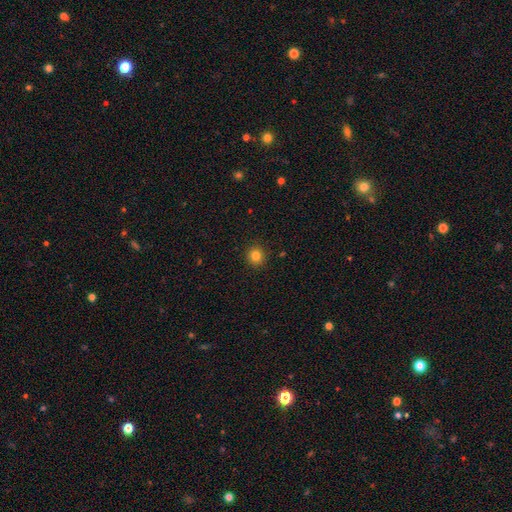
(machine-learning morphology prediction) smooth_or_featured: smooth (p=0.83) [alt: star or artifact p=0.12]
how_rounded: round (p=0.91) [alt: in between p=0.08]
merging: none (p=0.92) [alt: minor disturbance p=0.05]